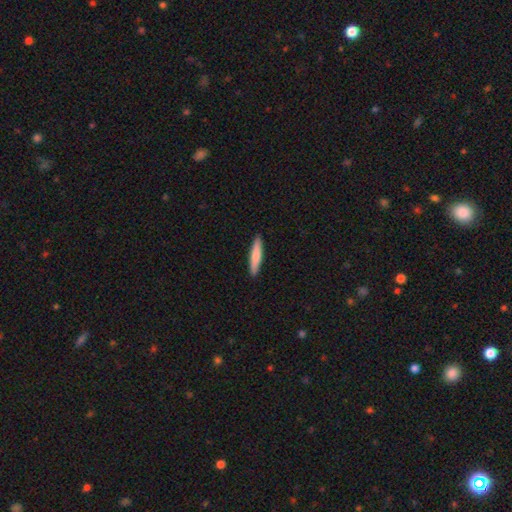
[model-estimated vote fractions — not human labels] smooth-or-featured: smooth: 75% | featured or disk: 20% | star or artifact: 5%
  how-rounded: cigar-shaped: 88% | in between: 11% | round: 1%
  merging: none: 91% | minor disturbance: 6% | major disturbance: 1% | merger: 1%